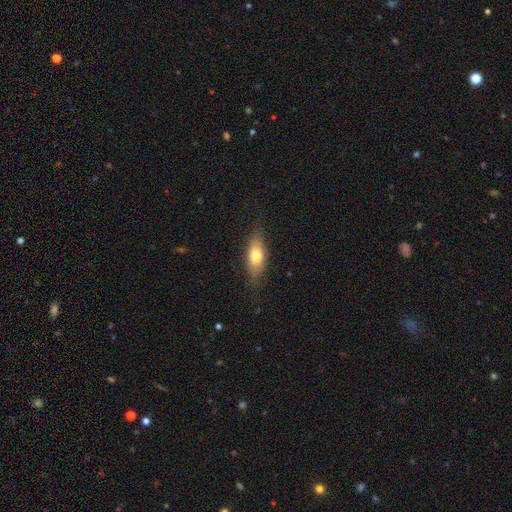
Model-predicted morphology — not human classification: Smooth or featured: smooth — 69% (featured or disk — 24%)
How rounded: in between — 69% (cigar-shaped — 26%)
Merging: none — 80% (minor disturbance — 15%)